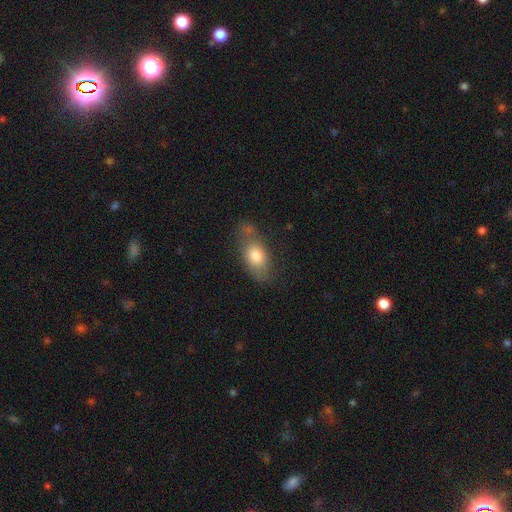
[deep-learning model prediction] This is likely a smooth galaxy (75%). How rounded: clearly in between (85%). Merging: possibly none (54%).